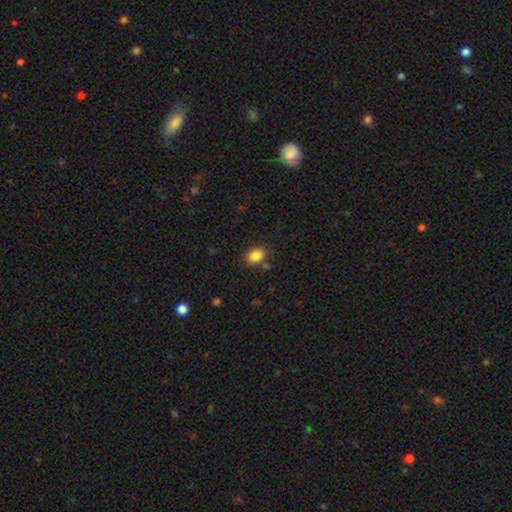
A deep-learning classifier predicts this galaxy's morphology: Smooth or featured?
  - smooth: 85% *
  - star or artifact: 9%
  - featured or disk: 5%
How rounded?
  - in between: 72% *
  - round: 27%
  - cigar-shaped: 1%
Merging?
  - none: 79% *
  - minor disturbance: 12%
  - merger: 5%
  - major disturbance: 3%